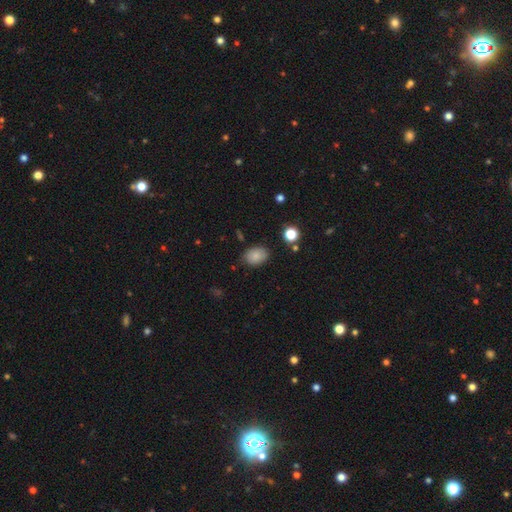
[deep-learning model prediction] Morphology: type=smooth (84%); roundness=in between (79%); merging=none (81%).